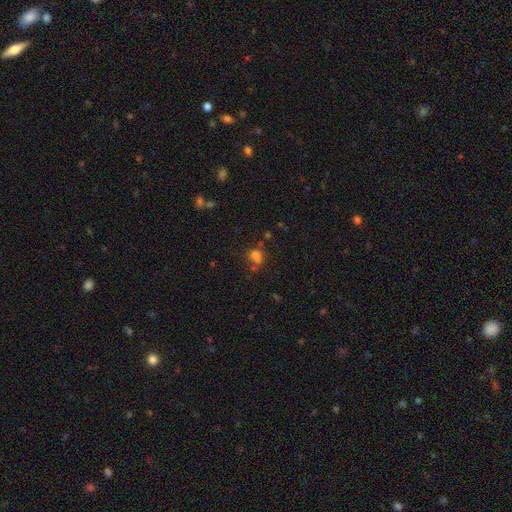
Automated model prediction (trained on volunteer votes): Overall: smooth (68%). How rounded: round (69%; in between 30%). Merging: none (46%; merger 28%).